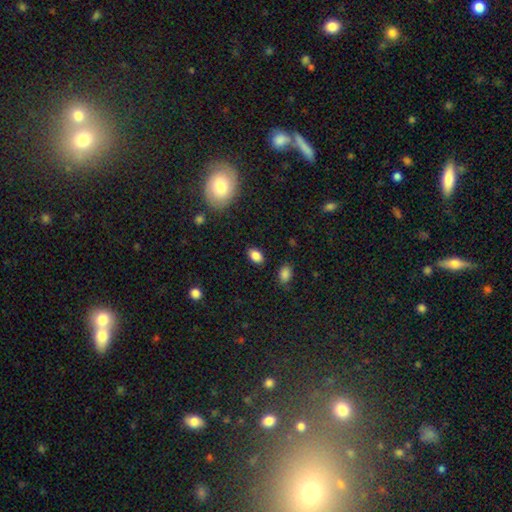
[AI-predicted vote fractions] Q: Smooth or featured?
A: smooth (86%); runner-up: star or artifact (9%)
Q: How rounded?
A: in between (88%); runner-up: round (10%)
Q: Merging?
A: none (87%); runner-up: minor disturbance (9%)